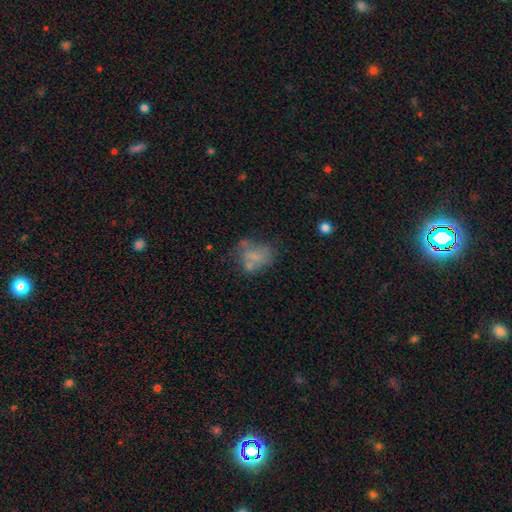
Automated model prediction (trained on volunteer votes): This appears to be a smooth galaxy with no disk features (56%) that is in between round and cigar-shaped (61%). Merging: none (38%).